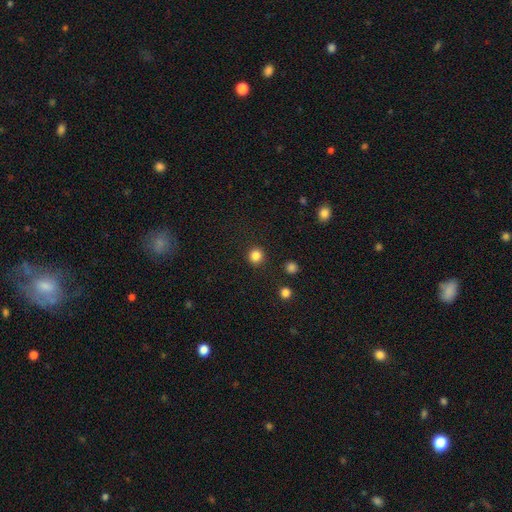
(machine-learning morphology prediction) Smooth or featured?
  - smooth: 84% *
  - star or artifact: 12%
  - featured or disk: 4%
How rounded?
  - round: 94% *
  - in between: 5%
  - cigar-shaped: 1%
Merging?
  - none: 91% *
  - minor disturbance: 5%
  - major disturbance: 2%
  - merger: 2%